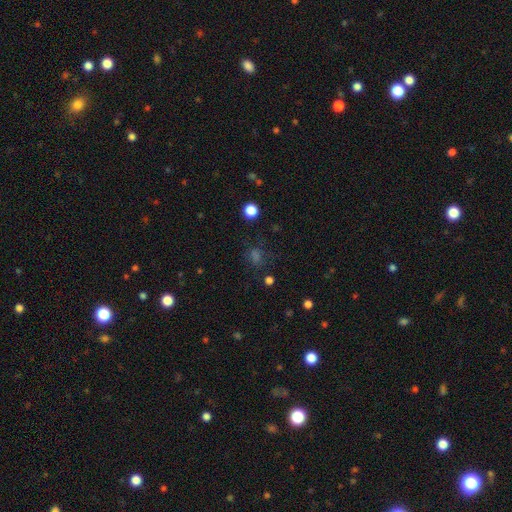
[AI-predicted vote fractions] Smooth or featured? Predicted: smooth (p=0.48). Merging? Predicted: none (p=0.69).